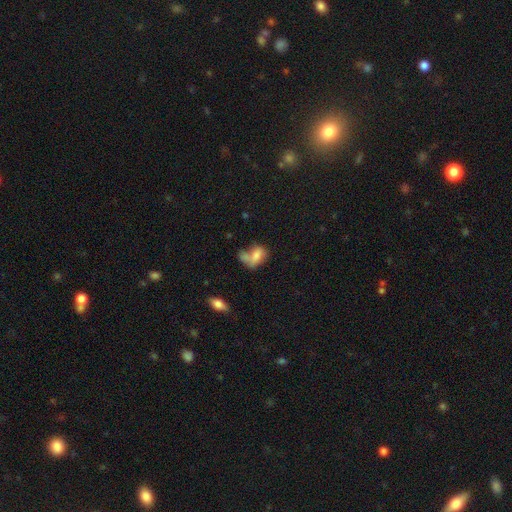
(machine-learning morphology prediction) A smooth galaxy with no disk features (71%) that is in between round and cigar-shaped (80%).

Vote fractions:
- Smooth or featured? smooth: 71% / featured or disk: 19% / star or artifact: 11%
- How rounded? in between: 80% / round: 17% / cigar-shaped: 3%
- Merging? merger: 34% / none: 27% / major disturbance: 20% / minor disturbance: 18%